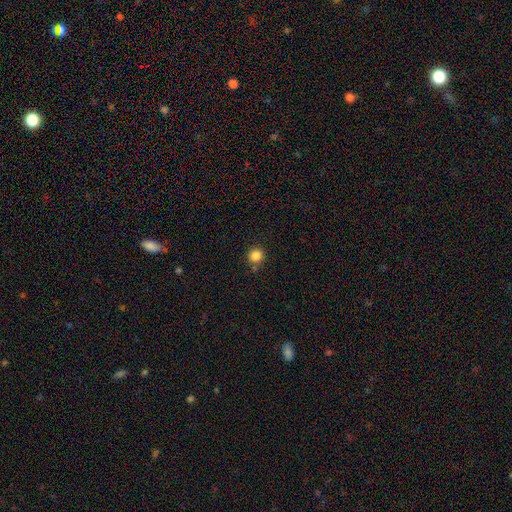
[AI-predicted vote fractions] Smooth or featured? Predicted: smooth (p=0.84). How rounded? Predicted: round (p=0.92). Merging? Predicted: none (p=0.82).